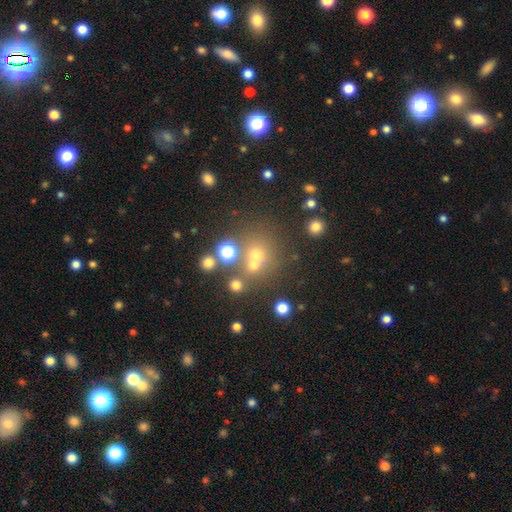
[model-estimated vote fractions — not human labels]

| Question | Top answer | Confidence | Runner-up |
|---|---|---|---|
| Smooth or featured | smooth | 57% | star or artifact (28%) |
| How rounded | round | 83% | in between (16%) |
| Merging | none | 58% | merger (27%) |